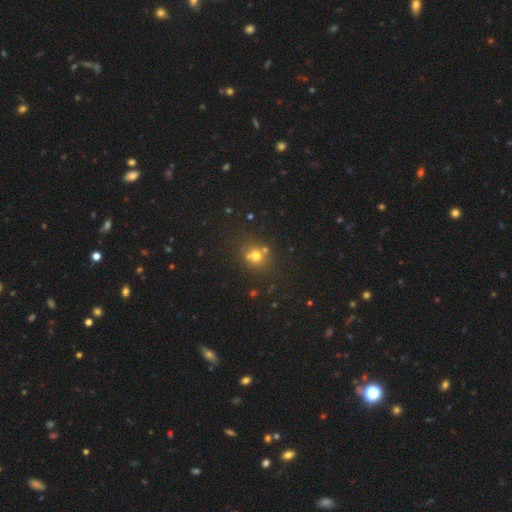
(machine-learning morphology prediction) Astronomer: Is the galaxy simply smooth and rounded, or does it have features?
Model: smooth — 64%.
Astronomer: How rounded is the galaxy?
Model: round — 77%.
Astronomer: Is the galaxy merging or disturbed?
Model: none — 60%.